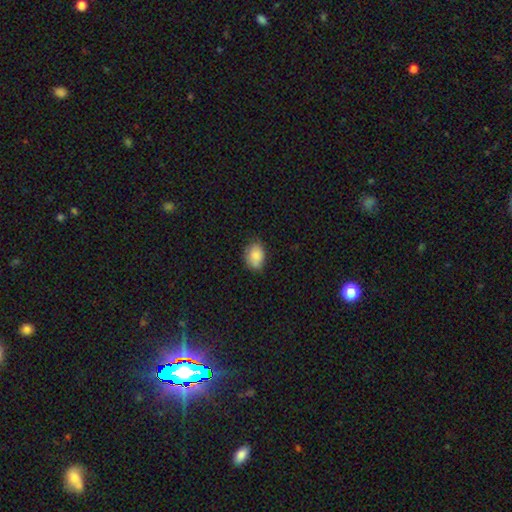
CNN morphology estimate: Smooth or featured?
  - smooth: 85% *
  - star or artifact: 8%
  - featured or disk: 7%
How rounded?
  - in between: 73% *
  - round: 26%
  - cigar-shaped: 1%
Merging?
  - none: 72% *
  - minor disturbance: 23%
  - major disturbance: 3%
  - merger: 1%